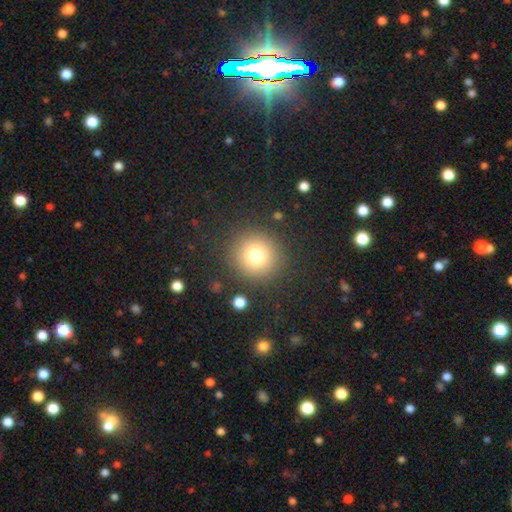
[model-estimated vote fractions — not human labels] Smooth or featured: smooth — 76% (star or artifact — 14%)
How rounded: round — 94% (in between — 5%)
Merging: none — 88% (minor disturbance — 6%)